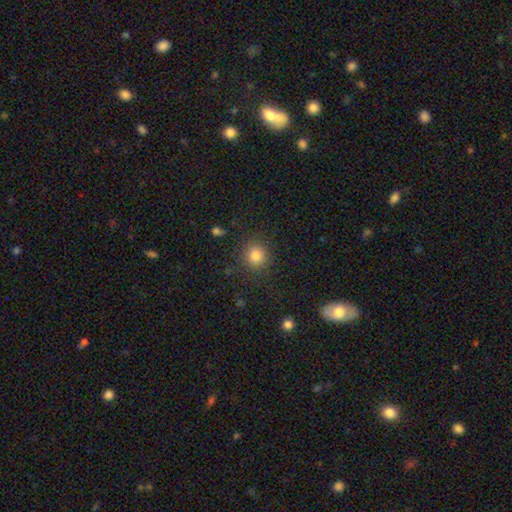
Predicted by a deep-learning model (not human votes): Smooth or featured? Predicted: smooth (p=0.83). How rounded? Predicted: round (p=0.90). Merging? Predicted: none (p=0.87).